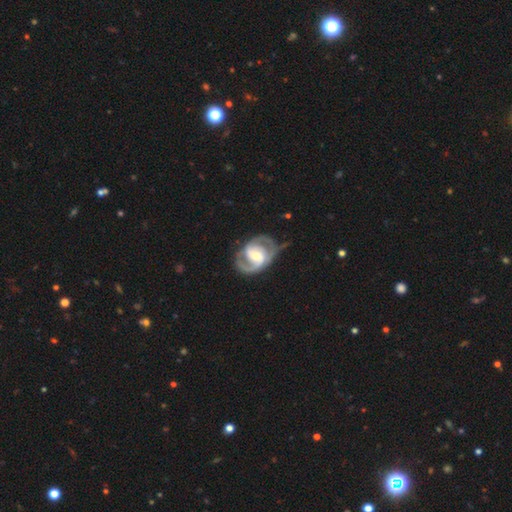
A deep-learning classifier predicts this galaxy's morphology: Smooth or featured? Predicted: featured or disk (p=0.88). Edge-on disk? Predicted: no (p=0.98). Bar? Predicted: weak (p=0.43). Spiral arms? Predicted: yes (p=0.95). Spiral winding? Predicted: medium (p=0.51). Spiral arm count? Predicted: 2 (p=0.86). Bulge size? Predicted: moderate (p=0.60). Merging? Predicted: none (p=0.67).